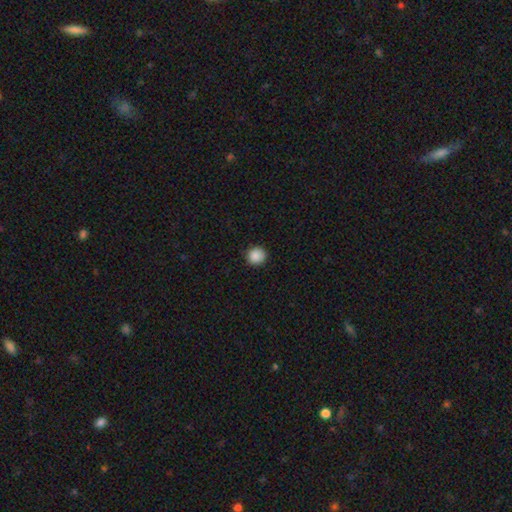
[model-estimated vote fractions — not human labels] Smooth or featured?
  - smooth: 88% *
  - star or artifact: 9%
  - featured or disk: 3%
How rounded?
  - round: 92% *
  - in between: 7%
  - cigar-shaped: 1%
Merging?
  - none: 90% *
  - minor disturbance: 7%
  - major disturbance: 2%
  - merger: 1%